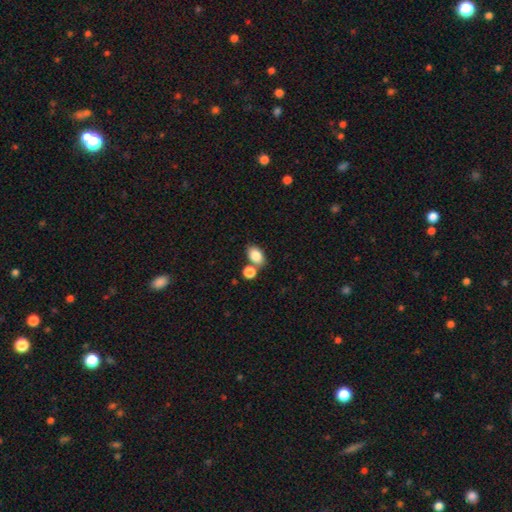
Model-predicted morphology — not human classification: Smooth or featured? Predicted: smooth (p=0.85). How rounded? Predicted: in between (p=0.83). Merging? Predicted: none (p=0.57).